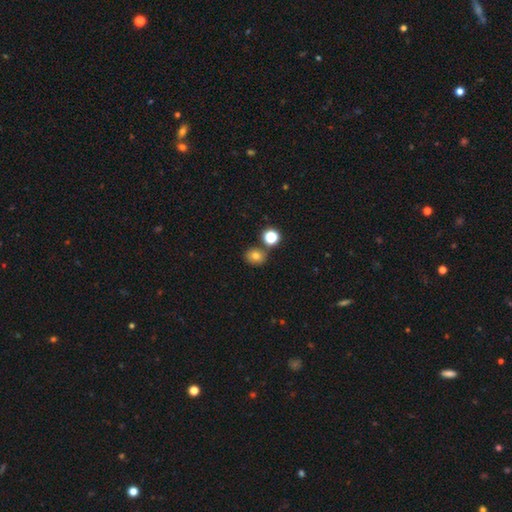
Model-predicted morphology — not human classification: Smooth or featured? Predicted: smooth (p=0.75). How rounded? Predicted: round (p=0.73). Merging? Predicted: none (p=0.74).